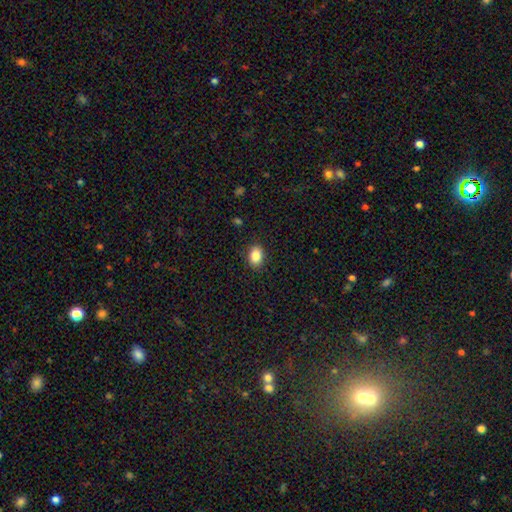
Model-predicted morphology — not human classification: The model was most divided on "how rounded": in between: 76%, round: 23%, cigar-shaped: 1%. More confident: merging — none (87%); smooth or featured — smooth (86%).